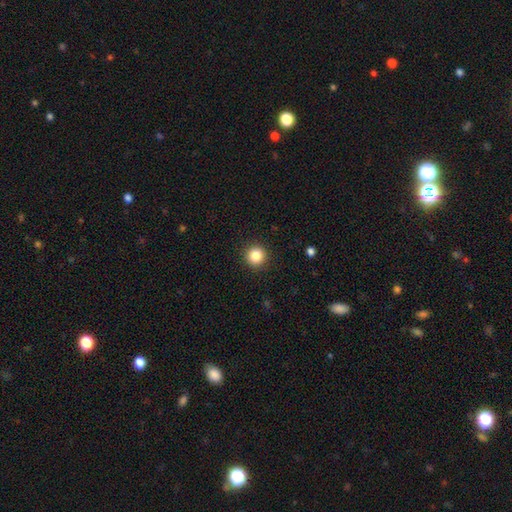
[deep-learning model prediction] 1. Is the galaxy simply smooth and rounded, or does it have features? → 85% smooth, 11% star or artifact, 5% featured or disk.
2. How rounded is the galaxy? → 95% round, 4% in between, 1% cigar-shaped.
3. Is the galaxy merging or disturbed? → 93% none, 5% minor disturbance, 2% major disturbance, 1% merger.